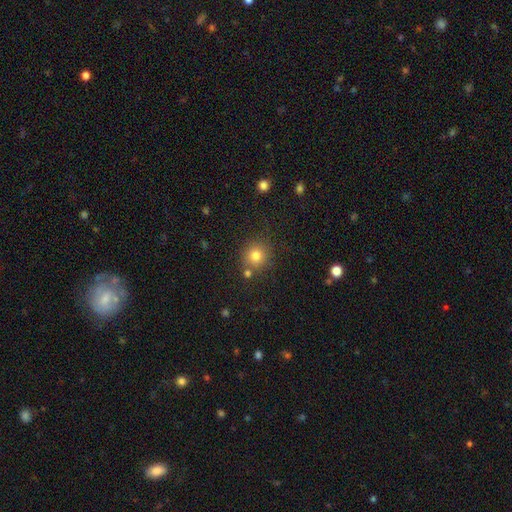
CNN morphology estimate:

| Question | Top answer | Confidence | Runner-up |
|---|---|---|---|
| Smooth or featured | smooth | 79% | star or artifact (13%) |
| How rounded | round | 91% | in between (8%) |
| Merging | none | 78% | merger (10%) |